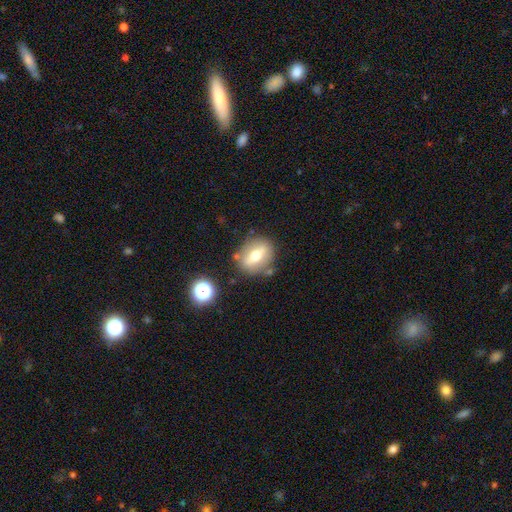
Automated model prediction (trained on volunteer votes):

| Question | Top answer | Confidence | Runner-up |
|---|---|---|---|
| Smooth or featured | smooth | 47% | featured or disk (43%) |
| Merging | none | 78% | minor disturbance (12%) |